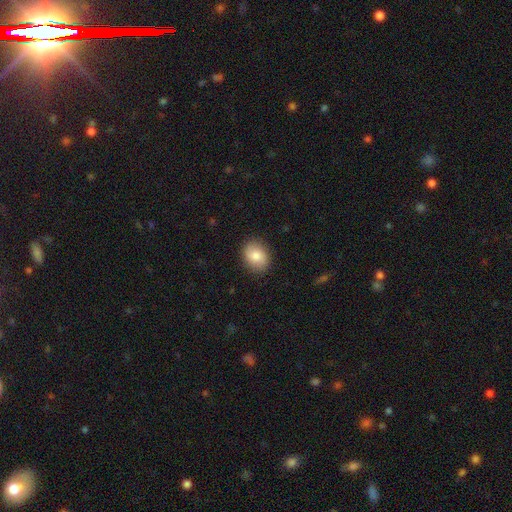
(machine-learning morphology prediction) Smooth or featured? Predicted: smooth (p=0.81). How rounded? Predicted: in between (p=0.57). Merging? Predicted: none (p=0.87).